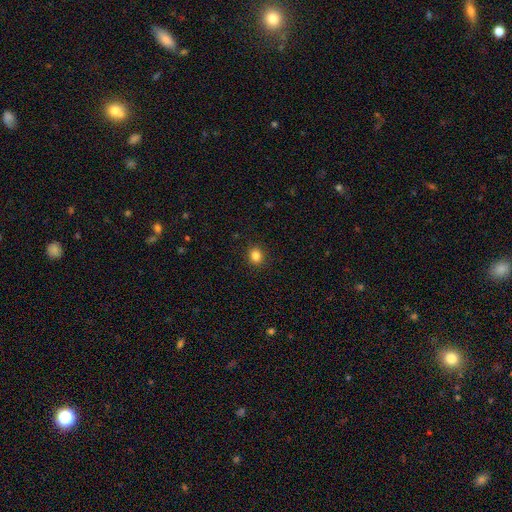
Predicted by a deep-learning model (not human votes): A smooth galaxy with no disk features (84%) that is round (76%).

Vote fractions:
- Smooth or featured? smooth: 84% / star or artifact: 12% / featured or disk: 5%
- How rounded? round: 76% / in between: 23% / cigar-shaped: 1%
- Merging? none: 91% / minor disturbance: 6% / major disturbance: 2% / merger: 1%